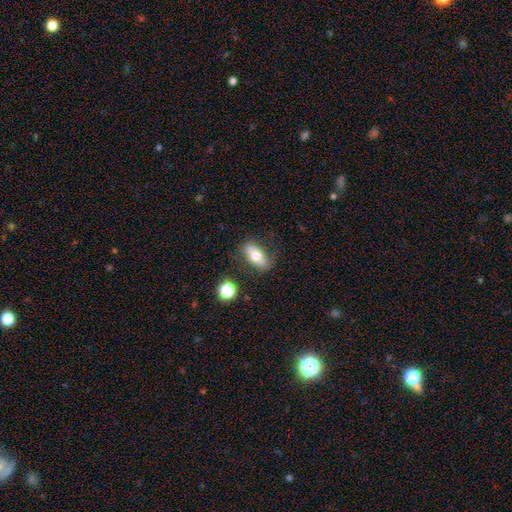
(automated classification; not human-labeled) Smooth or featured? Predicted: smooth (p=0.61). How rounded? Predicted: in between (p=0.81). Merging? Predicted: none (p=0.77).